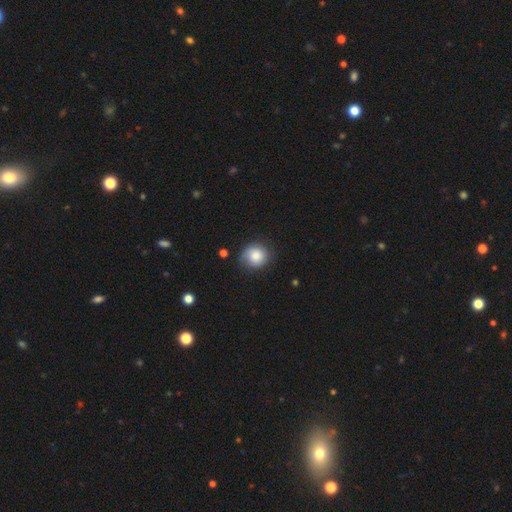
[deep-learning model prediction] Morphology: type=smooth (80%); roundness=round (84%); merging=none (75%).